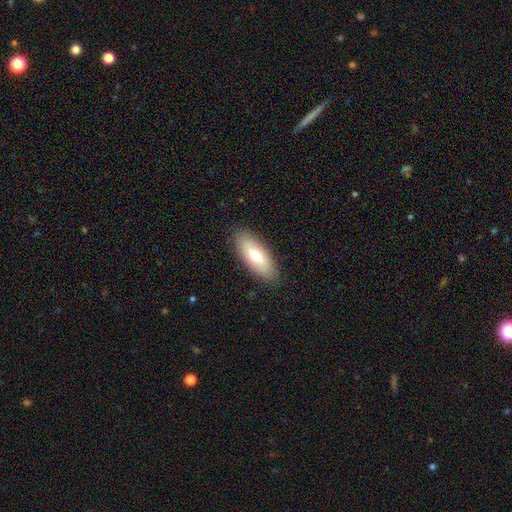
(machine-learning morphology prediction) Smooth or featured? Predicted: smooth (p=0.68). How rounded? Predicted: in between (p=0.76). Merging? Predicted: none (p=0.88).